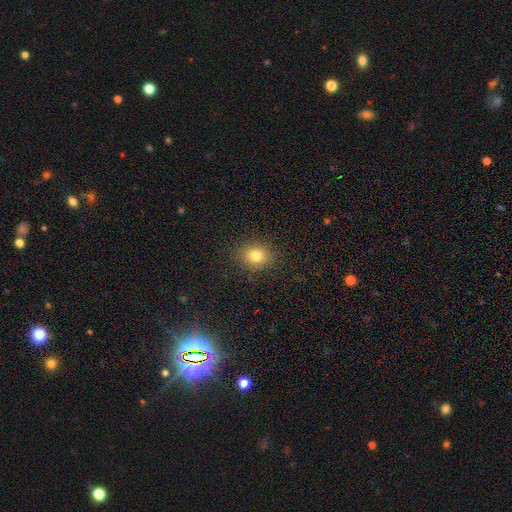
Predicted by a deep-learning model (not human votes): smooth_or_featured: smooth (p=0.81) [alt: star or artifact p=0.13]
how_rounded: round (p=0.61) [alt: in between p=0.37]
merging: none (p=0.86) [alt: minor disturbance p=0.10]